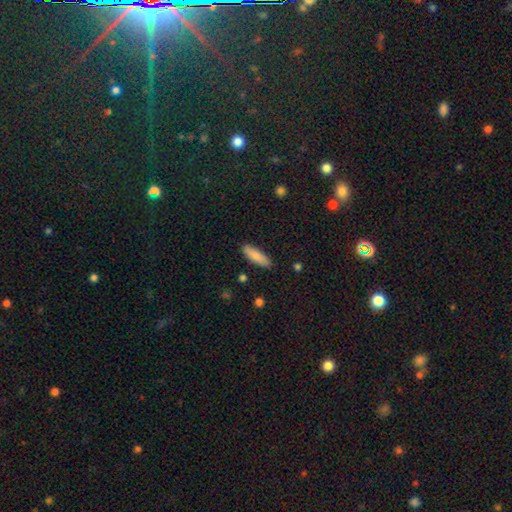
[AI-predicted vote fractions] Smooth or featured?
  - smooth: 85% *
  - featured or disk: 9%
  - star or artifact: 6%
How rounded?
  - cigar-shaped: 54% *
  - in between: 45%
  - round: 2%
Merging?
  - none: 86% *
  - minor disturbance: 10%
  - major disturbance: 2%
  - merger: 2%